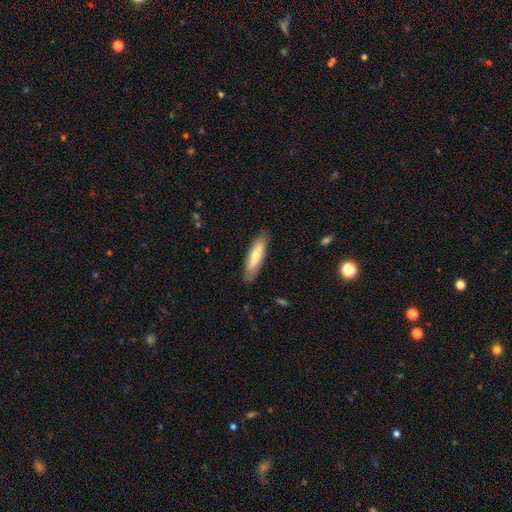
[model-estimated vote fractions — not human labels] smooth 69%, featured or disk 26%, star or artifact 6%. Down the decision tree: how rounded — cigar-shaped (65%); merging — none (84%).